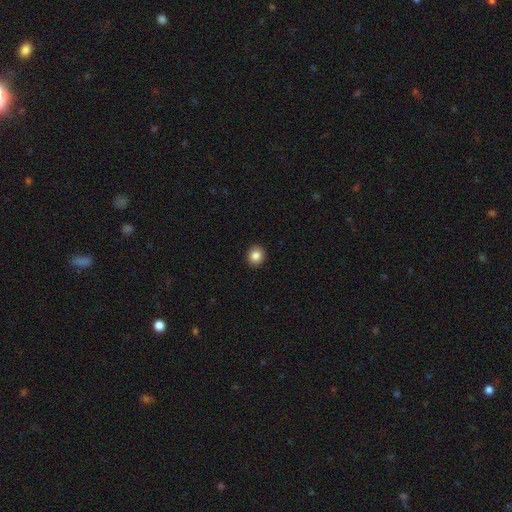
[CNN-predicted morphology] Q: Smooth or featured?
A: smooth (86%); runner-up: star or artifact (9%)
Q: How rounded?
A: round (81%); runner-up: in between (18%)
Q: Merging?
A: none (92%); runner-up: minor disturbance (5%)